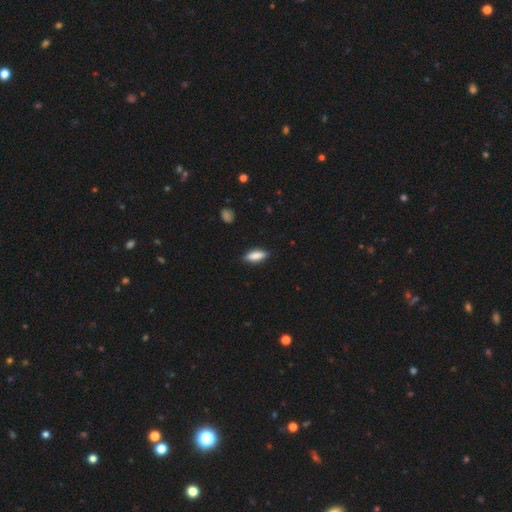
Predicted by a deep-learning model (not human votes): Morphology: type=smooth (85%); roundness=in between (67%); merging=none (87%).